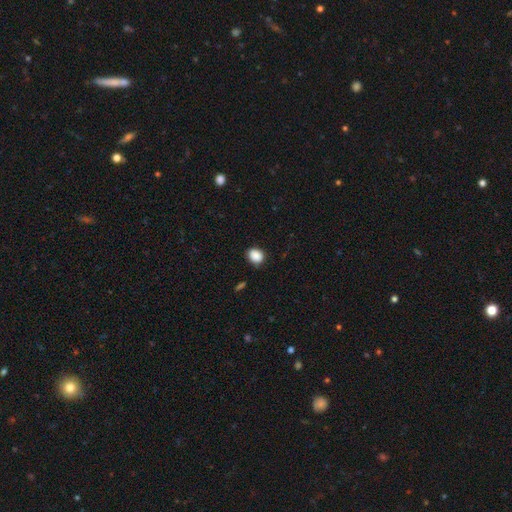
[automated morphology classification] Smooth or featured? Predicted: smooth (p=0.88). How rounded? Predicted: round (p=0.55). Merging? Predicted: none (p=0.83).